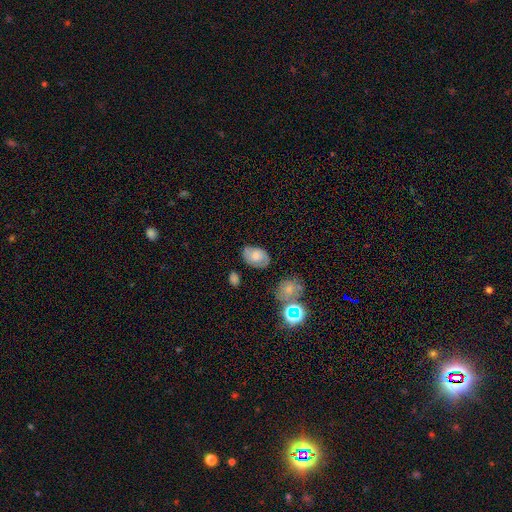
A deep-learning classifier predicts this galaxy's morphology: This appears to be a smooth galaxy with no disk features (57%) that is in between round and cigar-shaped (81%). Merging: none (70%).